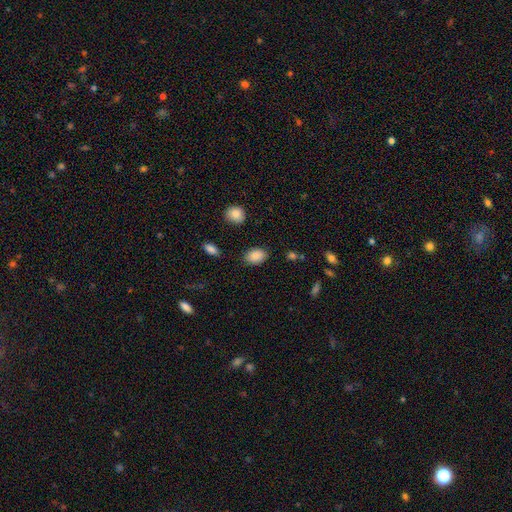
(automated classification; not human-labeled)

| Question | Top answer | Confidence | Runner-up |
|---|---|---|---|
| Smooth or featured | smooth | 88% | star or artifact (8%) |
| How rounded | in between | 86% | round (13%) |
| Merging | none | 85% | minor disturbance (11%) |